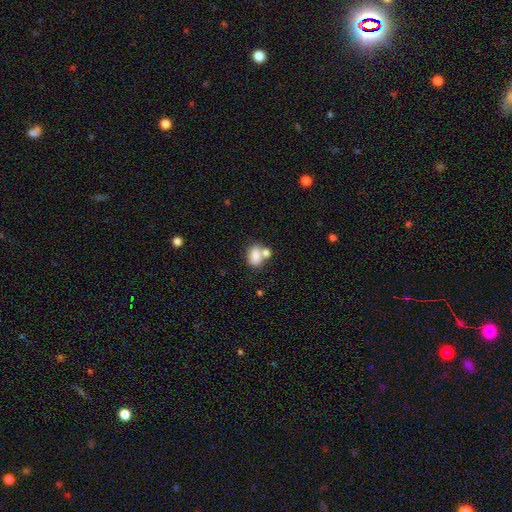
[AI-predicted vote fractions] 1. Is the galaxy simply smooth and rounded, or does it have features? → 81% smooth, 11% featured or disk, 9% star or artifact.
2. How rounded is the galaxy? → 80% in between, 18% round, 2% cigar-shaped.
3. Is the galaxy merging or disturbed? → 43% merger, 39% none, 12% minor disturbance, 5% major disturbance.